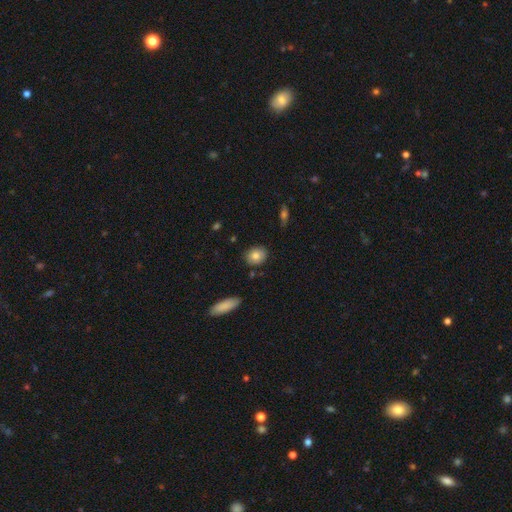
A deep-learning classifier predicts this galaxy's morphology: Smooth or featured? smooth (82%)
How rounded? round (59%)
Merging? none (85%)